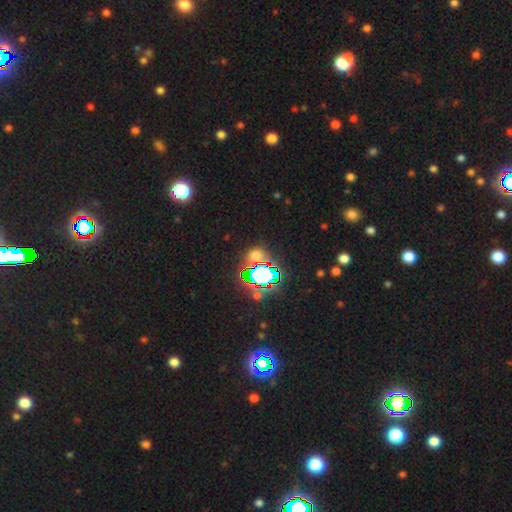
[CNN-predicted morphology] A star or artifact, not a galaxy (50%).